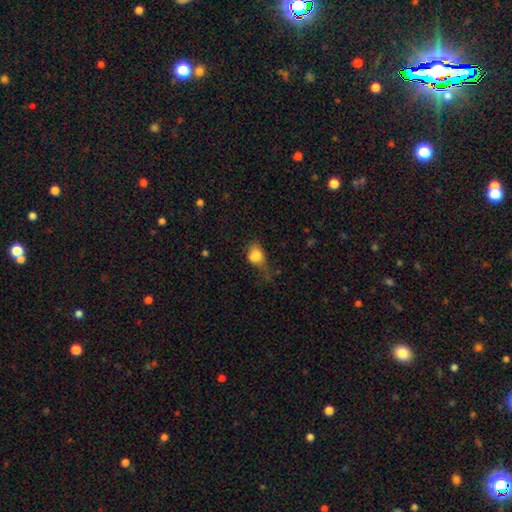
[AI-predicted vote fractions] This is likely a smooth galaxy (76%). How rounded: likely in between (65%). Merging: marginally major disturbance (35%).